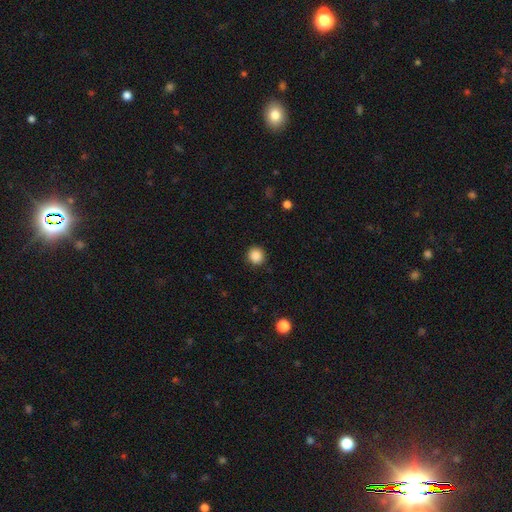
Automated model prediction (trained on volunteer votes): This appears to be a smooth galaxy with no disk features (87%) that is round (92%). Merging: none (90%).